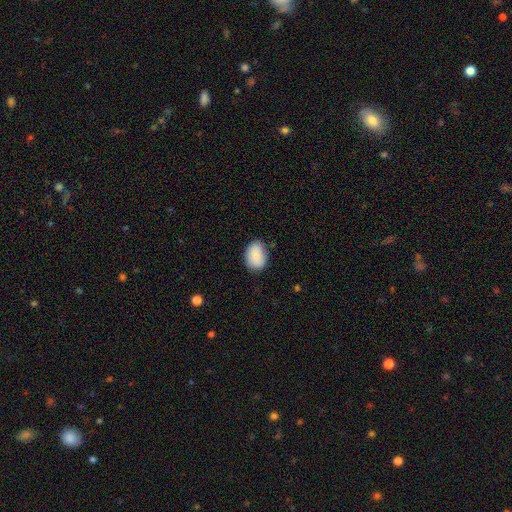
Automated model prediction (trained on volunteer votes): A smooth galaxy with no disk features (84%) that is in between round and cigar-shaped (77%).

Vote fractions:
- Smooth or featured? smooth: 84% / featured or disk: 9% / star or artifact: 7%
- How rounded? in between: 77% / round: 22% / cigar-shaped: 1%
- Merging? none: 77% / minor disturbance: 18% / major disturbance: 3% / merger: 1%